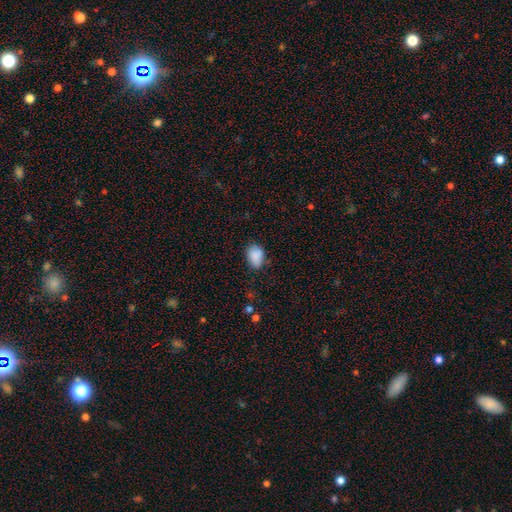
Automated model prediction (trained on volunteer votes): A smooth galaxy with no disk features (87%) that is in between round and cigar-shaped (77%).

Vote fractions:
- Smooth or featured? smooth: 87% / star or artifact: 8% / featured or disk: 5%
- How rounded? in between: 77% / round: 21% / cigar-shaped: 1%
- Merging? none: 68% / minor disturbance: 24% / major disturbance: 5% / merger: 2%